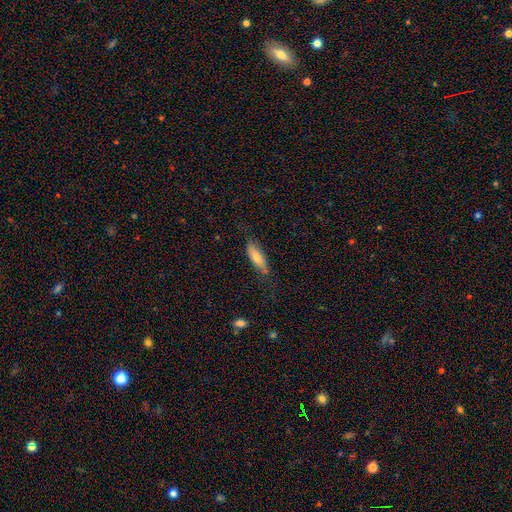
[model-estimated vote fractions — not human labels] This appears to be a smooth galaxy with no disk features (63%) that is cigar-shaped (54%). Merging: none (72%).